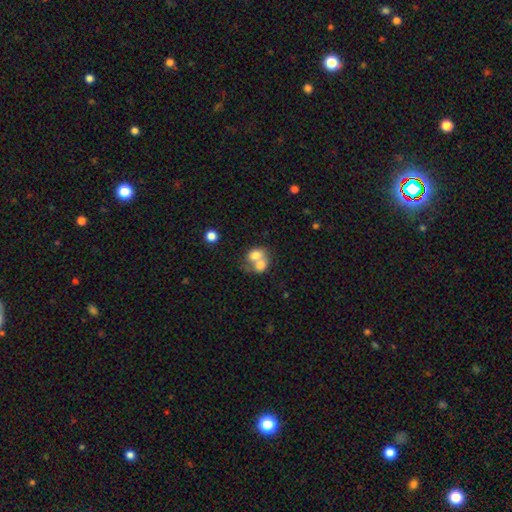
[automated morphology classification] Overall: smooth (70%). How rounded: round (50%; in between 49%). Merging: merger (74%).